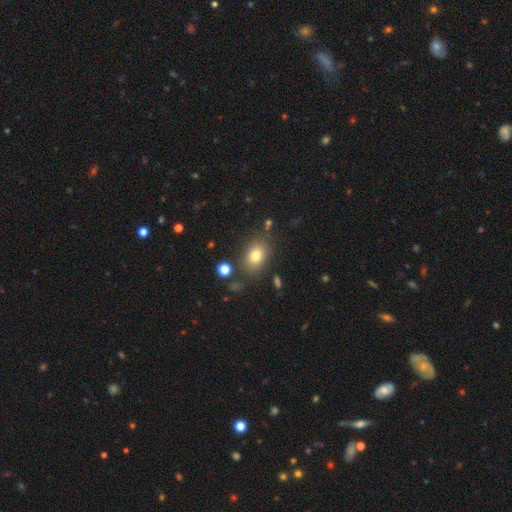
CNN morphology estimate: Smooth or featured? smooth (79%)
How rounded? in between (74%)
Merging? none (80%)